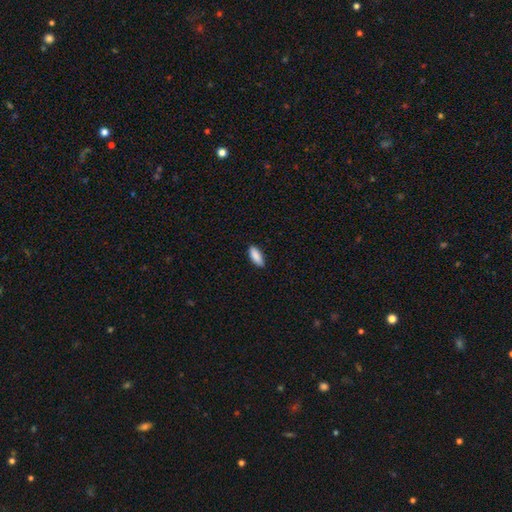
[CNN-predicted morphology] Q: Smooth or featured?
A: smooth (89%); runner-up: star or artifact (6%)
Q: How rounded?
A: in between (75%); runner-up: cigar-shaped (24%)
Q: Merging?
A: none (86%); runner-up: minor disturbance (11%)